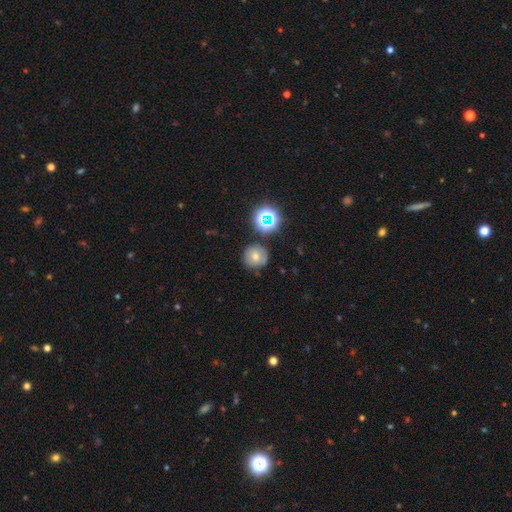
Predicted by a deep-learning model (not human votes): Smooth or featured?
  - smooth: 59% *
  - star or artifact: 21%
  - featured or disk: 20%
How rounded?
  - round: 93% *
  - in between: 6%
  - cigar-shaped: 1%
Merging?
  - none: 82% *
  - minor disturbance: 11%
  - merger: 4%
  - major disturbance: 3%